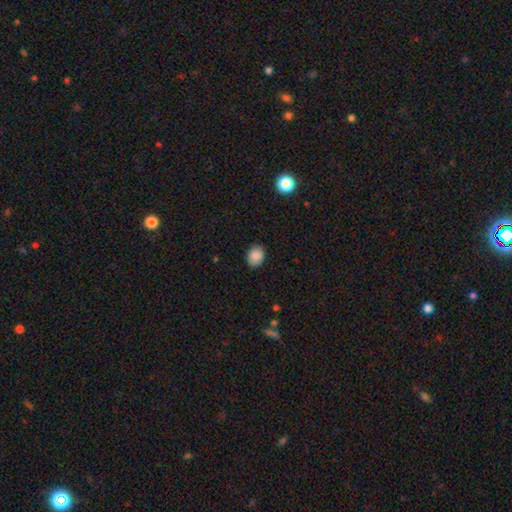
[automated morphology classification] type=smooth (87%); roundness=in between (61%); merging=none (86%).